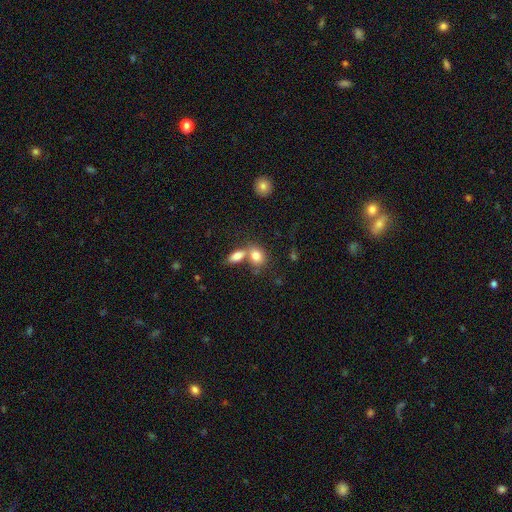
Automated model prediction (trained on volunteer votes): smooth_or_featured: smooth (p=0.80) [alt: featured or disk p=0.11]
how_rounded: in between (p=0.67) [alt: round p=0.30]
merging: merger (p=0.50) [alt: none p=0.37]